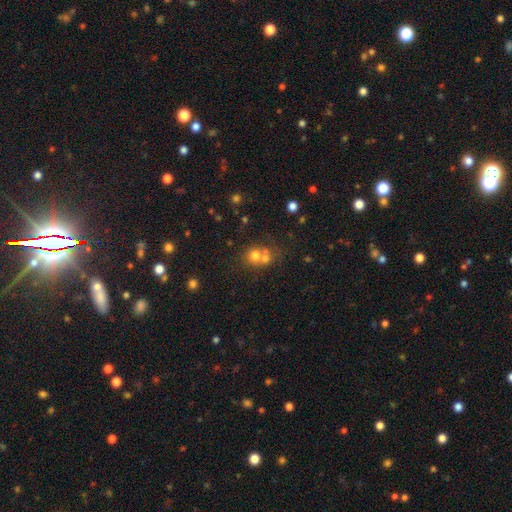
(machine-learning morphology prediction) Smooth or featured?
  - smooth: 66% *
  - featured or disk: 18%
  - star or artifact: 16%
How rounded?
  - round: 78% *
  - in between: 21%
  - cigar-shaped: 1%
Merging?
  - merger: 52% *
  - none: 37%
  - minor disturbance: 7%
  - major disturbance: 4%